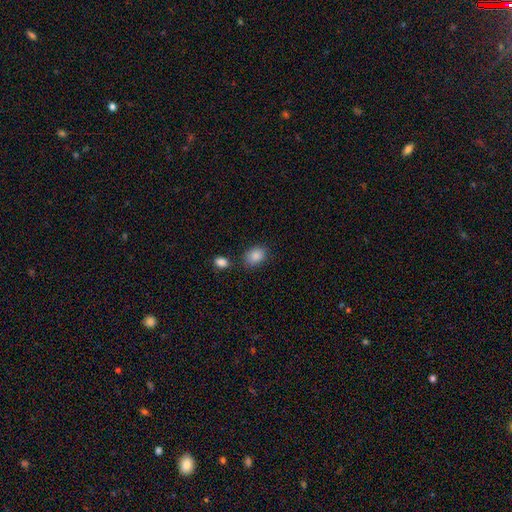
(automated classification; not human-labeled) Smooth or featured? smooth (87%)
How rounded? in between (72%)
Merging? none (77%)